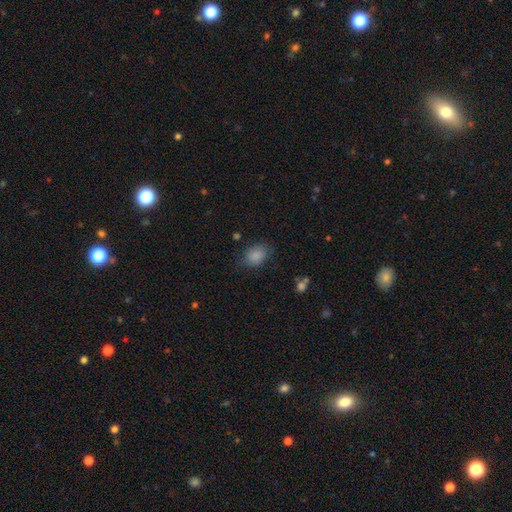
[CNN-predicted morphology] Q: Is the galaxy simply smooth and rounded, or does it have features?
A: smooth — 86%.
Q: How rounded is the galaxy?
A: in between — 72%.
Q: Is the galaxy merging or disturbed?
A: none — 72%.